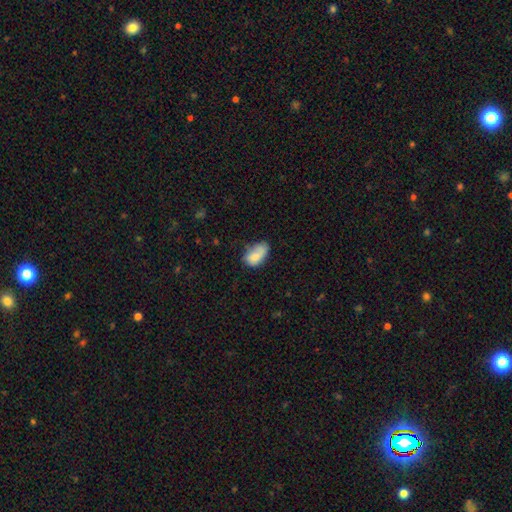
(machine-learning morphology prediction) Smooth or featured? Predicted: smooth (p=0.80). How rounded? Predicted: in between (p=0.91). Merging? Predicted: none (p=0.41).